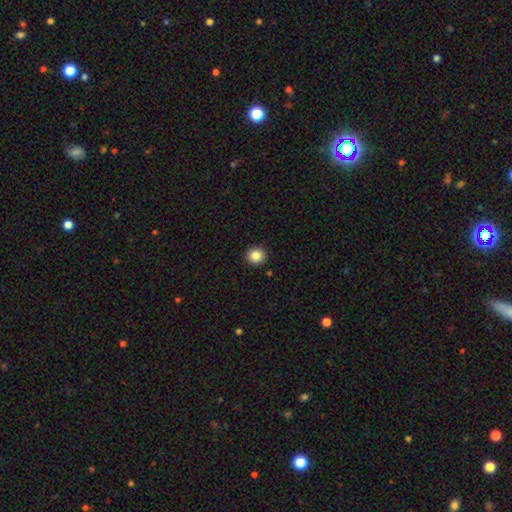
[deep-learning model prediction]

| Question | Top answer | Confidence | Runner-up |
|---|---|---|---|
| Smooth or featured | smooth | 85% | star or artifact (10%) |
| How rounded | round | 88% | in between (11%) |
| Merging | none | 92% | minor disturbance (5%) |